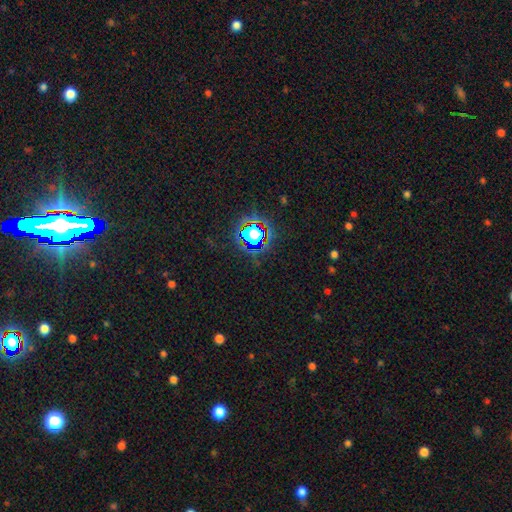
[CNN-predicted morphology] Smooth or featured? star or artifact (82%)